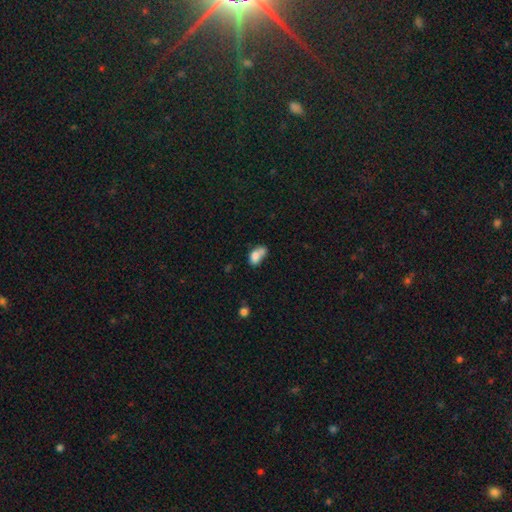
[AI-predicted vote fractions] A smooth galaxy with no disk features (74%) that is in between round and cigar-shaped (81%). Merging: merger (48%).